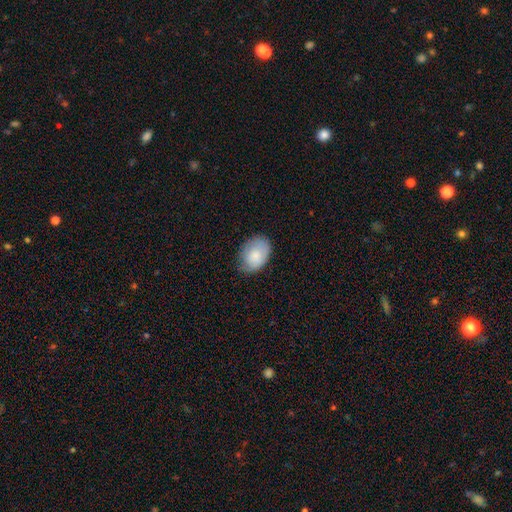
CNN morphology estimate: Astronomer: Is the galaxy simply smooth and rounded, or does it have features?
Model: smooth — 82%.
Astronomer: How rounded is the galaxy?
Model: in between — 80%.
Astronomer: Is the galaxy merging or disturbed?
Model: none — 70%.